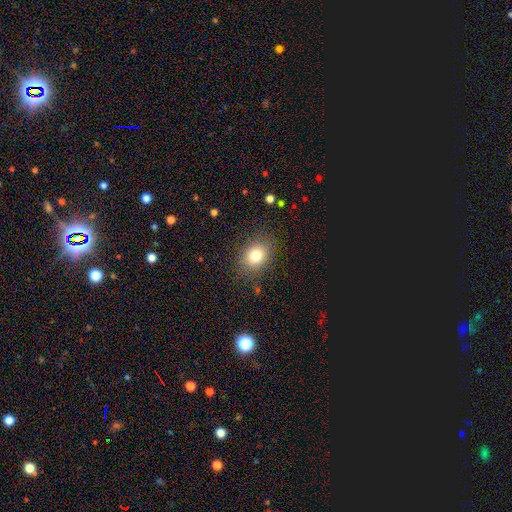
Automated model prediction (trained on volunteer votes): smooth_or_featured: smooth (p=0.78) [alt: star or artifact p=0.12]
how_rounded: in between (p=0.54) [alt: round p=0.45]
merging: none (p=0.83) [alt: minor disturbance p=0.11]